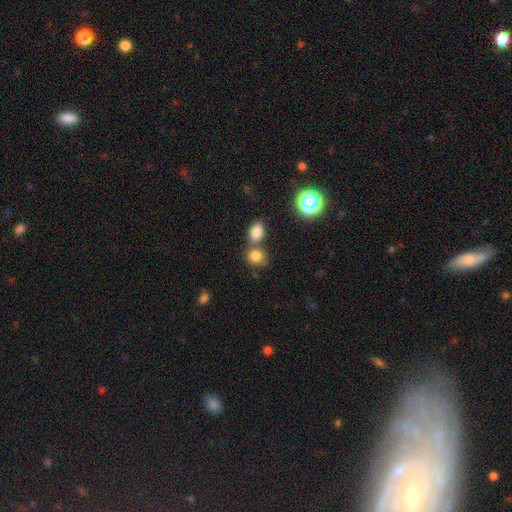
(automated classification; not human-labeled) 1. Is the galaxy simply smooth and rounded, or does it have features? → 81% smooth, 11% star or artifact, 7% featured or disk.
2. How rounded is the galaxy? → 66% round, 33% in between, 1% cigar-shaped.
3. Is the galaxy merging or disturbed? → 50% none, 36% merger, 10% minor disturbance, 4% major disturbance.